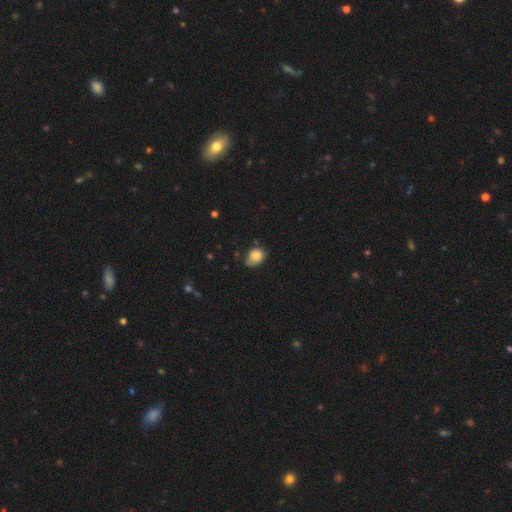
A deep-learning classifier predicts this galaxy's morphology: Q: Smooth or featured?
A: smooth (84%); runner-up: star or artifact (9%)
Q: How rounded?
A: in between (50%); runner-up: round (49%)
Q: Merging?
A: none (54%); runner-up: minor disturbance (36%)